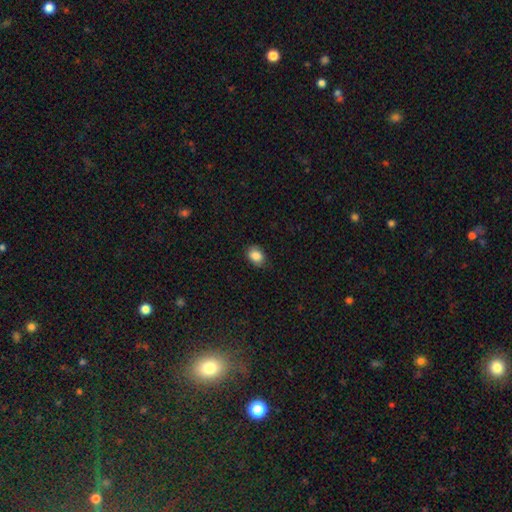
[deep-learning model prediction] A smooth galaxy with no disk features (87%) that is in between round and cigar-shaped (68%). Merging: none (83%).